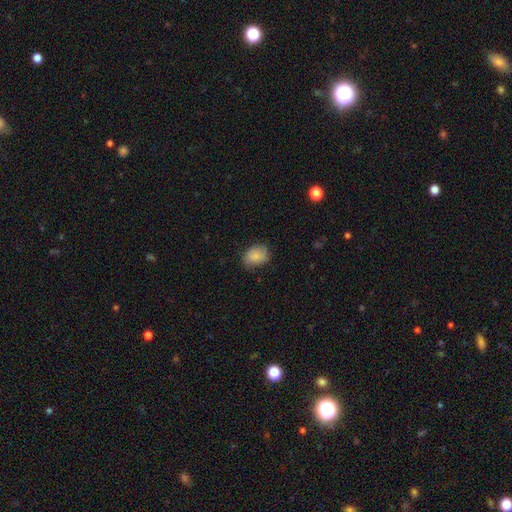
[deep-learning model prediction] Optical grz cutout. It shows a smooth galaxy with no disk features (82%) that is in between round and cigar-shaped (61%). Merging: none (72%).